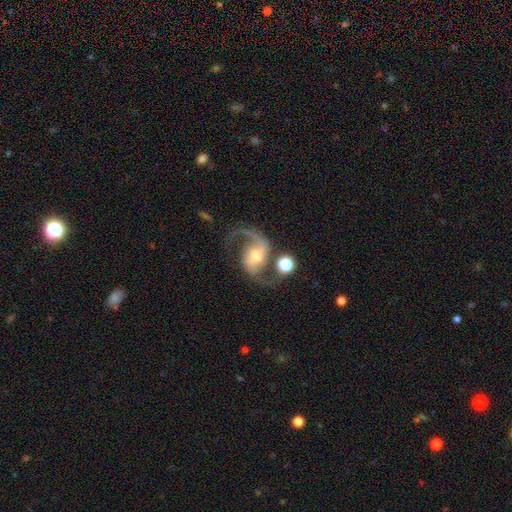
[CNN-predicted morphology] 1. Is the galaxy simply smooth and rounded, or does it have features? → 88% featured or disk, 6% star or artifact, 6% smooth.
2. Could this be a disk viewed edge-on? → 98% no, 2% yes.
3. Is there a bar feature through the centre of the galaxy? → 45% weak, 32% no, 23% strong.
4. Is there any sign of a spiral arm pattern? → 97% yes, 3% no.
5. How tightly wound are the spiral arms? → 51% loose, 42% medium, 7% tight.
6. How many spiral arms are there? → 87% 2, 8% 1, 2% can't tell, 1% 3, 1% 4, 1% more than 4.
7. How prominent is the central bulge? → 57% moderate, 31% small, 7% large, 3% none, 1% dominant.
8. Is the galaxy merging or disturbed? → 63% none, 14% minor disturbance, 14% major disturbance, 9% merger.